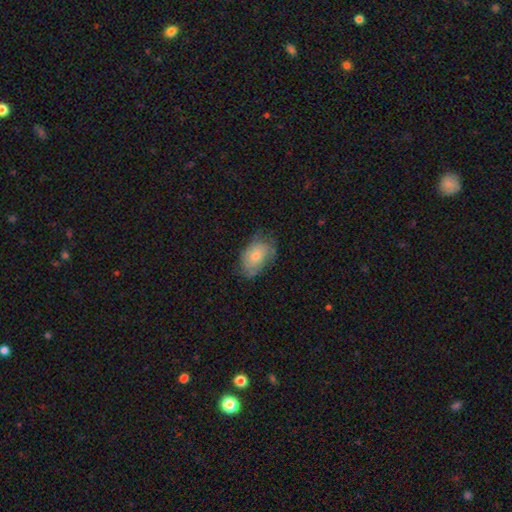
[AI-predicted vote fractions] smooth 56%, featured or disk 36%, star or artifact 8%. Down the decision tree: how rounded — in between (87%); merging — none (60%).